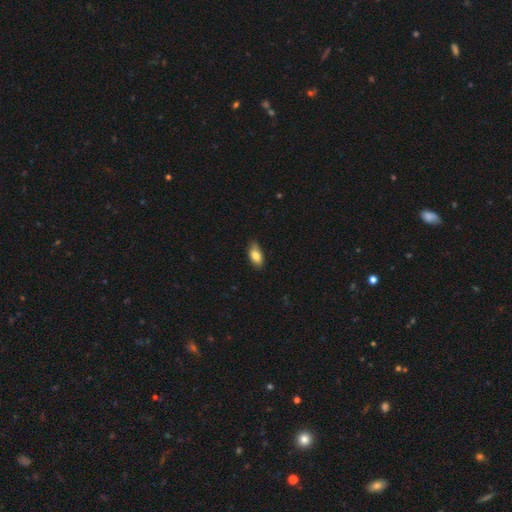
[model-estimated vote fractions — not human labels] smooth-or-featured: smooth: 82% | featured or disk: 12% | star or artifact: 7%
  how-rounded: in between: 90% | cigar-shaped: 7% | round: 3%
  merging: none: 78% | minor disturbance: 18% | major disturbance: 2% | merger: 1%